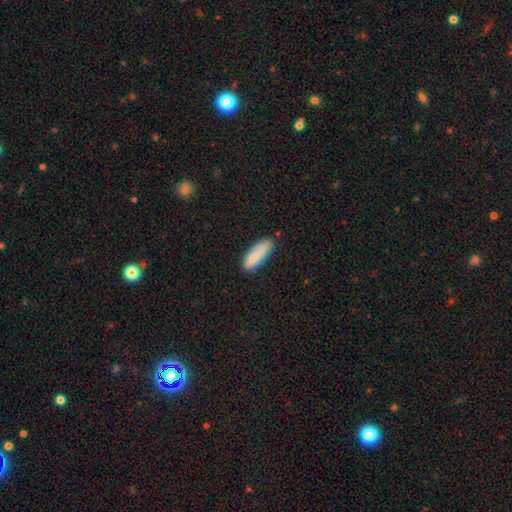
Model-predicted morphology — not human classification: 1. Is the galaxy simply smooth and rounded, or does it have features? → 86% smooth, 8% featured or disk, 6% star or artifact.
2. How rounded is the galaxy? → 55% in between, 44% cigar-shaped, 2% round.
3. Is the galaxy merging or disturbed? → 74% none, 19% minor disturbance, 4% major disturbance, 3% merger.